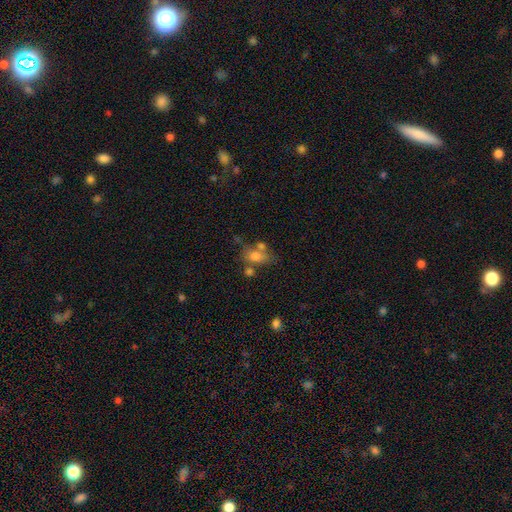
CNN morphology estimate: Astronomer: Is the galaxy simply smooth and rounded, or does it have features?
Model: smooth — 69%.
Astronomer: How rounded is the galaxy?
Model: in between — 72%.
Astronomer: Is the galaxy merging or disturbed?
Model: none — 40% (runner-up: merger, 32%).